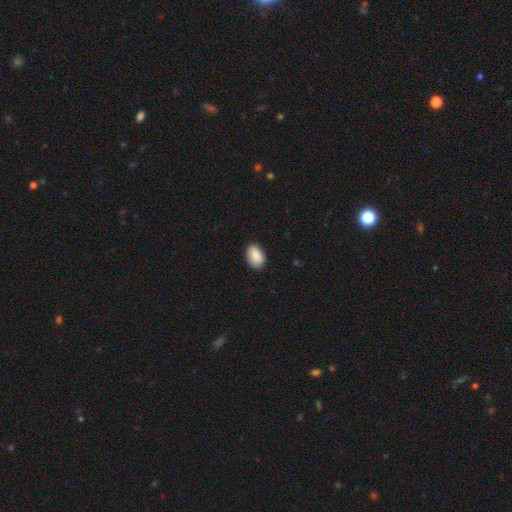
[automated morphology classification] A smooth galaxy with no disk features (87%) that is in between round and cigar-shaped (90%). Merging: none (85%).